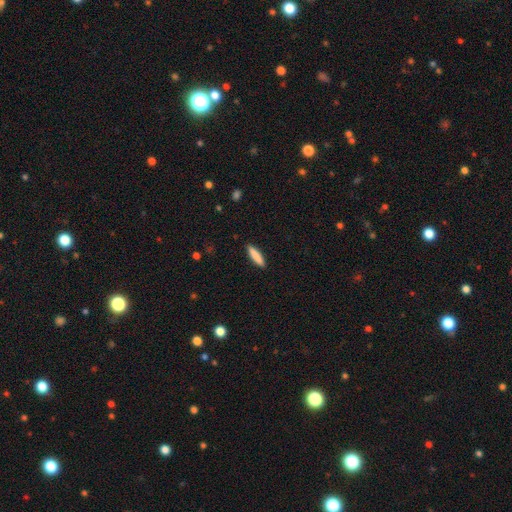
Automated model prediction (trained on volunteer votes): Q: Smooth or featured?
A: smooth (85%); runner-up: featured or disk (9%)
Q: How rounded?
A: cigar-shaped (82%); runner-up: in between (16%)
Q: Merging?
A: none (91%); runner-up: minor disturbance (7%)